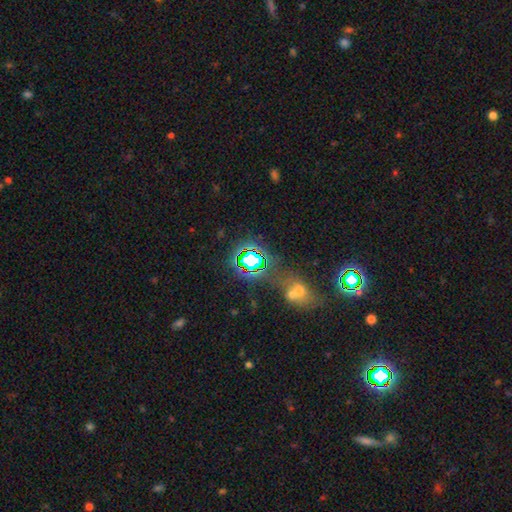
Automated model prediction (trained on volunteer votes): Smooth or featured?
  - star or artifact: 67% *
  - smooth: 22%
  - featured or disk: 11%